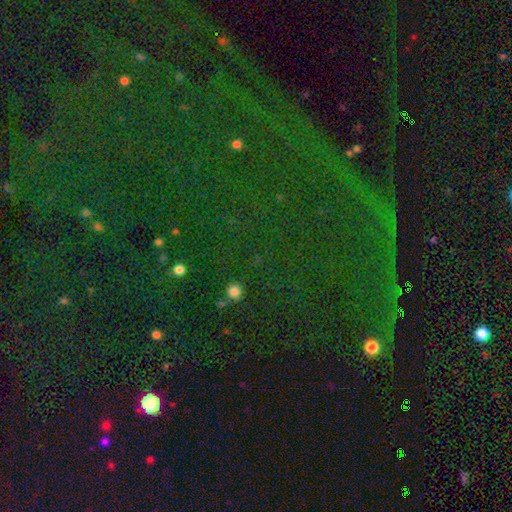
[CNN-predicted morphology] smooth_or_featured: star or artifact (p=0.81) [alt: smooth p=0.11]